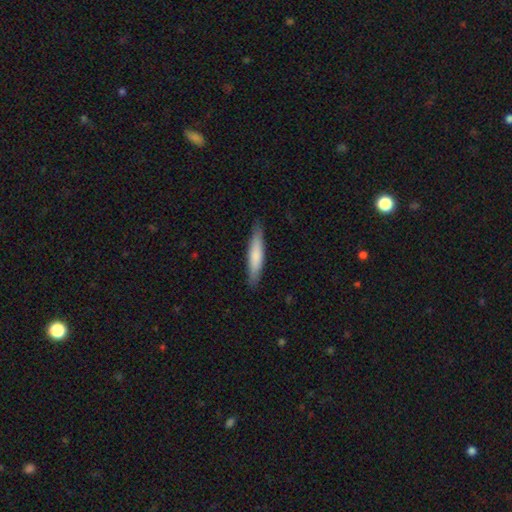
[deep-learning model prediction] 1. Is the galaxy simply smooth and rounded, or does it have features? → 75% smooth, 21% featured or disk, 5% star or artifact.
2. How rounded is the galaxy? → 87% cigar-shaped, 11% in between, 1% round.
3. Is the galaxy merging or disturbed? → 88% none, 9% minor disturbance, 2% major disturbance, 1% merger.